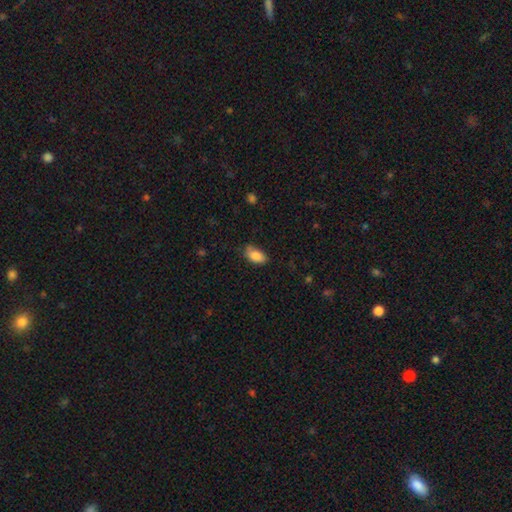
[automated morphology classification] Smooth or featured: smooth — 86% (star or artifact — 7%)
How rounded: in between — 92% (round — 5%)
Merging: none — 68% (minor disturbance — 25%)